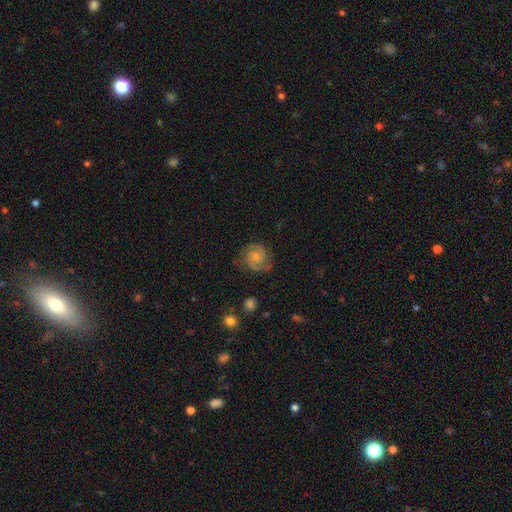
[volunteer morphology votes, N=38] A featured or disk galaxy (74%) with no bar (67%), 2 (62%) tight (65%) spiral arms (96%) and a small central bulge (56%). Merging: none (75%).